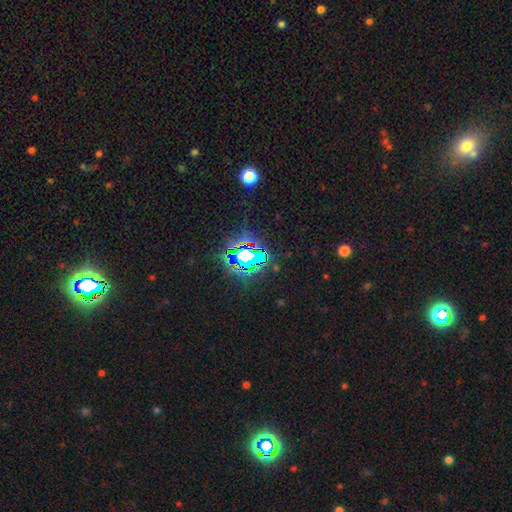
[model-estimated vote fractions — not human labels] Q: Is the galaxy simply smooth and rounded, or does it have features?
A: star or artifact — 76%.